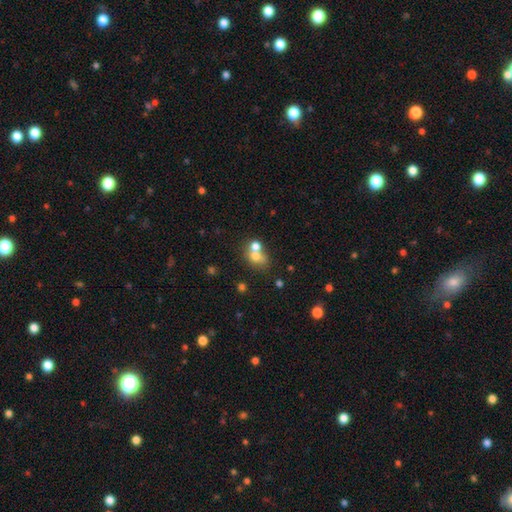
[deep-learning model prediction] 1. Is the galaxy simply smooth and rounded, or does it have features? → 66% smooth, 20% featured or disk, 14% star or artifact.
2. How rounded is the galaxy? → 58% round, 41% in between, 1% cigar-shaped.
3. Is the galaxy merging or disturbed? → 53% merger, 34% none, 9% minor disturbance, 5% major disturbance.